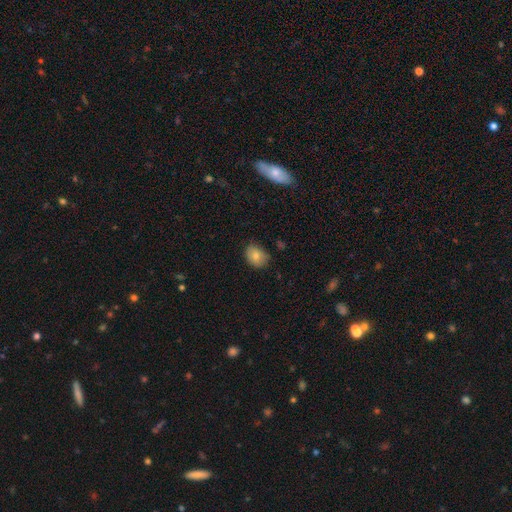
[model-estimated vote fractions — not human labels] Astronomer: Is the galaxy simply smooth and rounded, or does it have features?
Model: smooth — 79%.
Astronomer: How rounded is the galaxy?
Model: in between — 65%.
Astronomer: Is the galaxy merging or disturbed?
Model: none — 76%.